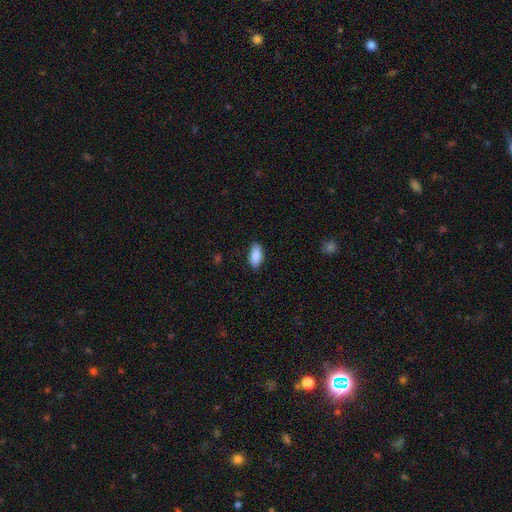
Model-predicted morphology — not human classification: Q: Smooth or featured?
A: smooth (89%); runner-up: star or artifact (6%)
Q: How rounded?
A: in between (89%); runner-up: cigar-shaped (9%)
Q: Merging?
A: none (82%); runner-up: minor disturbance (14%)